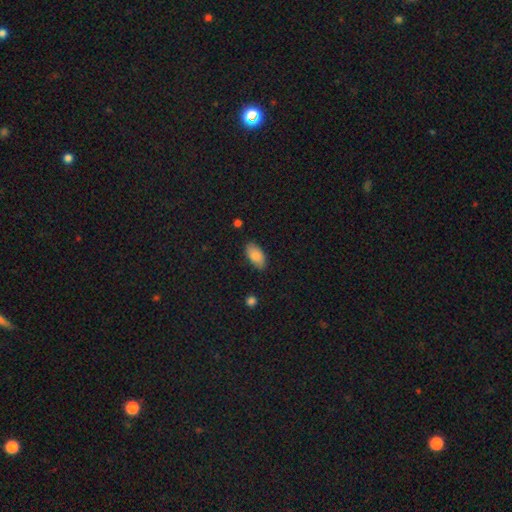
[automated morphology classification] A smooth galaxy with no disk features (85%) that is in between round and cigar-shaped (93%).

Vote fractions:
- Smooth or featured? smooth: 85% / featured or disk: 8% / star or artifact: 7%
- How rounded? in between: 93% / cigar-shaped: 4% / round: 3%
- Merging? none: 83% / minor disturbance: 13% / major disturbance: 3% / merger: 1%